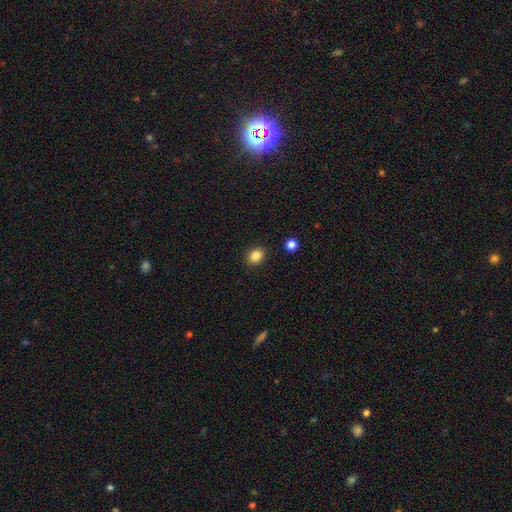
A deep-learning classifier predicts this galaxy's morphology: Smooth or featured? smooth (86%)
How rounded? round (52%)
Merging? none (89%)